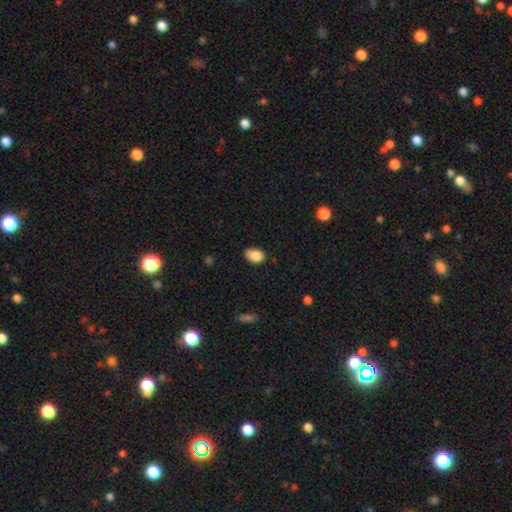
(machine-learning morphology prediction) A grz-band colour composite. It shows a smooth galaxy with no disk features (86%) that is in between round and cigar-shaped (83%). Merging: none (71%).